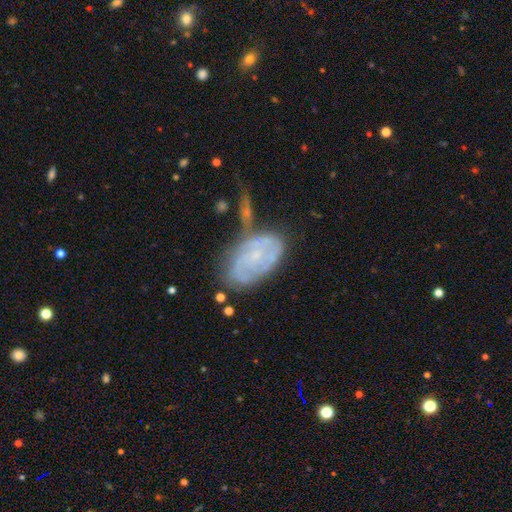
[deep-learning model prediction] Smooth or featured? Predicted: featured or disk (p=0.68). Edge-on disk? Predicted: no (p=0.95). Bar? Predicted: no (p=0.69). Spiral arms? Predicted: yes (p=0.77). Bulge size? Predicted: small (p=0.74). Merging? Predicted: none (p=0.50).